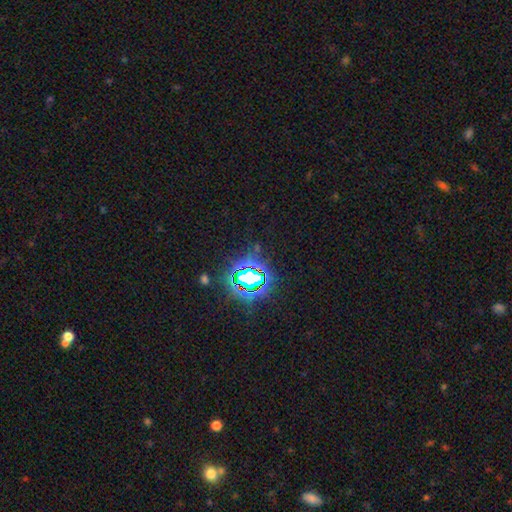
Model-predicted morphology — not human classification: Smooth or featured: star or artifact — 81% (smooth — 12%)